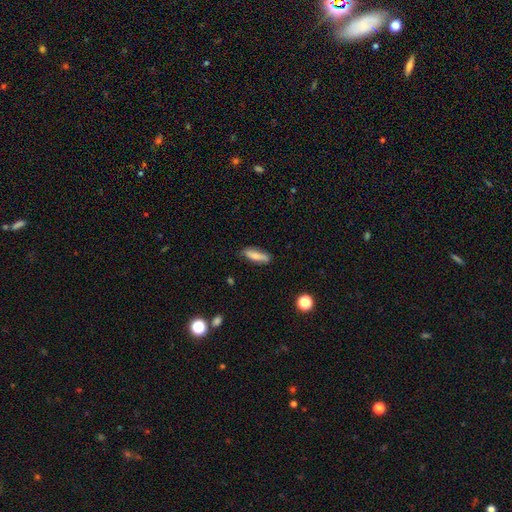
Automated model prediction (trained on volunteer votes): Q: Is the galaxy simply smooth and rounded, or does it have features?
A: smooth — 78%.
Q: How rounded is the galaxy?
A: cigar-shaped — 57%.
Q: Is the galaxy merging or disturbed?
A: none — 80%.